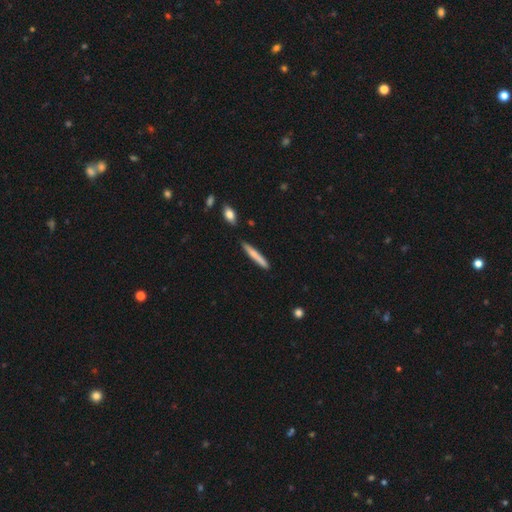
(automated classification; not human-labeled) Smooth or featured?
  - smooth: 69% *
  - featured or disk: 25%
  - star or artifact: 6%
How rounded?
  - cigar-shaped: 94% *
  - in between: 4%
  - round: 1%
Merging?
  - none: 85% *
  - minor disturbance: 10%
  - merger: 3%
  - major disturbance: 2%